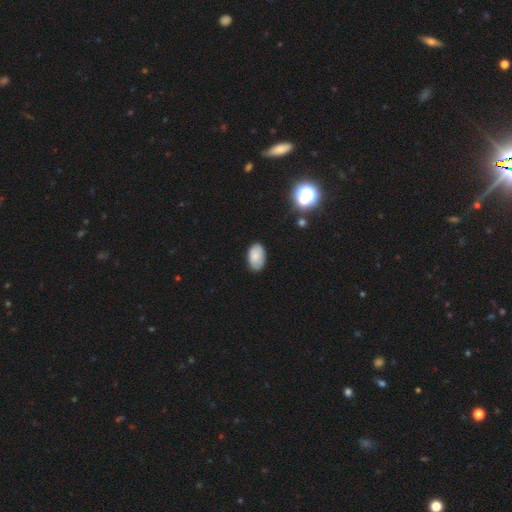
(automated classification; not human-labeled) This appears to be a smooth galaxy with no disk features (81%) that is in between round and cigar-shaped (93%). Merging: none (79%).